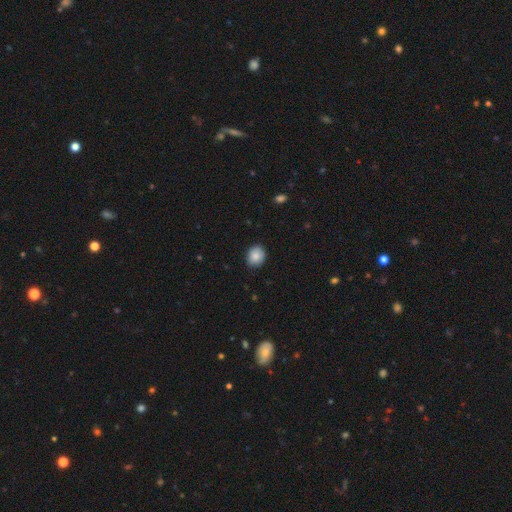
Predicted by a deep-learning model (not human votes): smooth 86%, star or artifact 8%, featured or disk 6%. Down the decision tree: how rounded — round (59%); merging — none (85%).